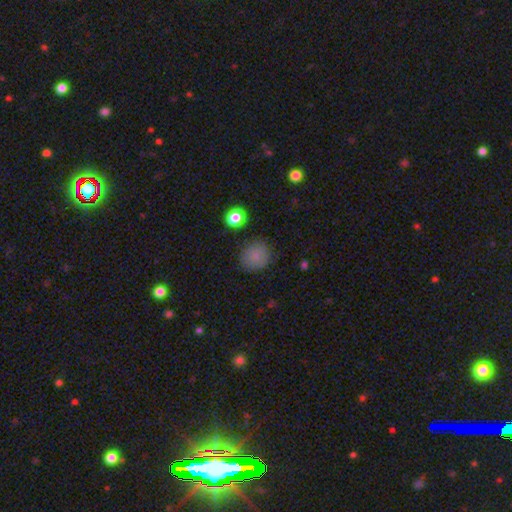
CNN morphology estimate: smooth 81%, star or artifact 12%, featured or disk 7%. Down the decision tree: how rounded — round (87%); merging — none (83%).